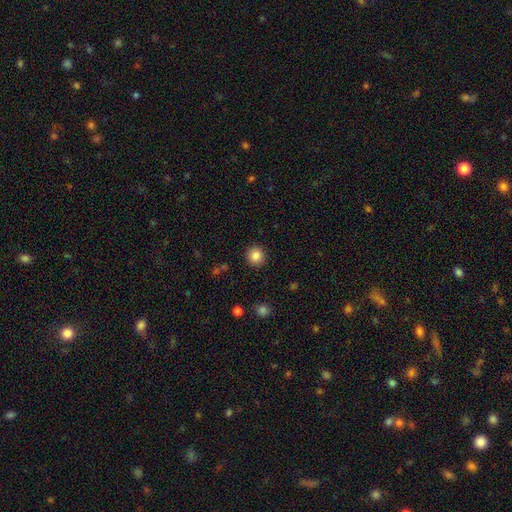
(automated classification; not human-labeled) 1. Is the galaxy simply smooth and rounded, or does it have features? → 85% smooth, 10% star or artifact, 5% featured or disk.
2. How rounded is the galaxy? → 93% round, 6% in between, 1% cigar-shaped.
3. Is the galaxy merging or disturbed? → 91% none, 5% minor disturbance, 2% major disturbance, 1% merger.